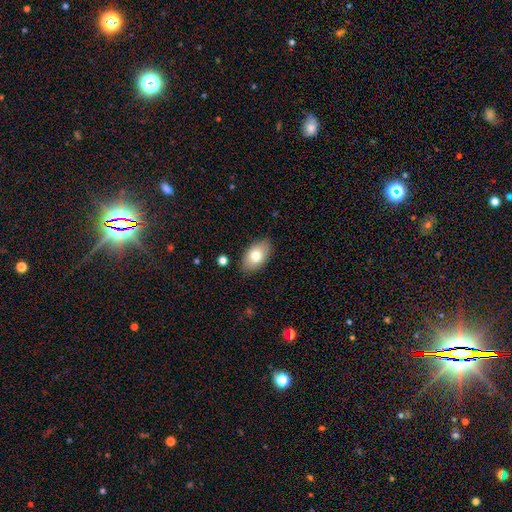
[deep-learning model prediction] This appears to be a smooth galaxy with no disk features (75%) that is in between round and cigar-shaped (92%). Merging: none (85%).